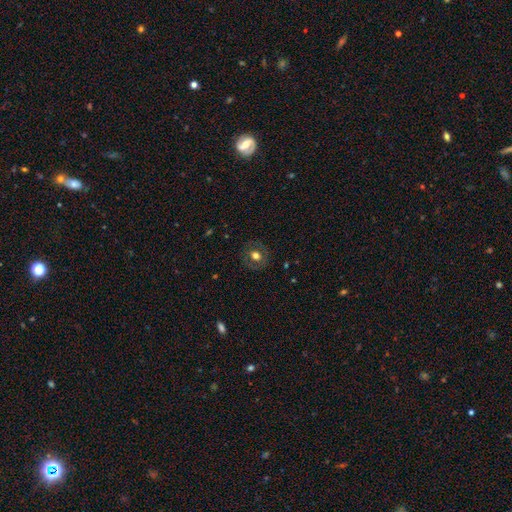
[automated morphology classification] Smooth or featured? Predicted: smooth (p=0.54). How rounded? Predicted: round (p=0.78). Merging? Predicted: none (p=0.84).